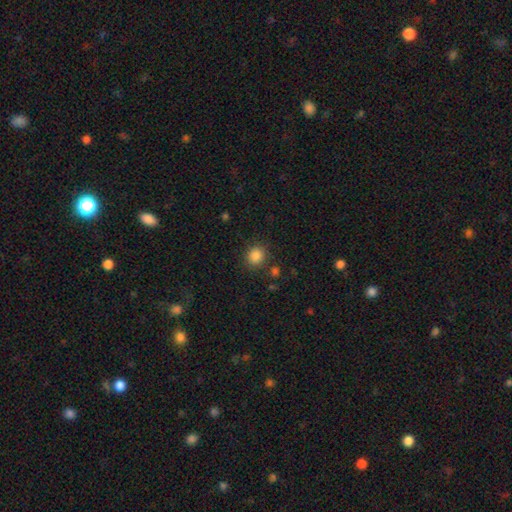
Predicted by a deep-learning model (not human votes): This appears to be a smooth galaxy with no disk features (85%) that is round (80%). Merging: none (84%).